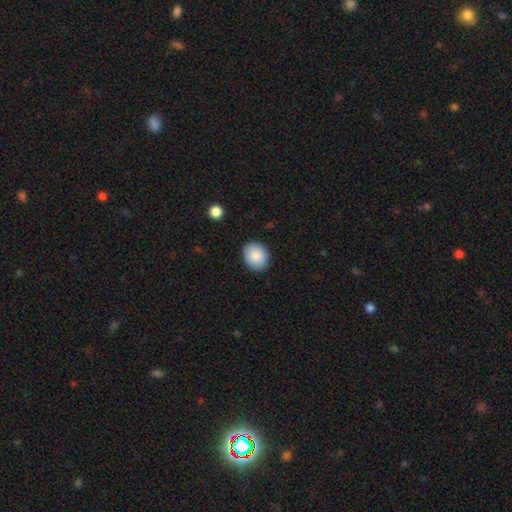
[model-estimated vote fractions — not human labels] smooth_or_featured: smooth (p=0.88) [alt: star or artifact p=0.07]
how_rounded: round (p=0.56) [alt: in between p=0.43]
merging: none (p=0.88) [alt: minor disturbance p=0.09]